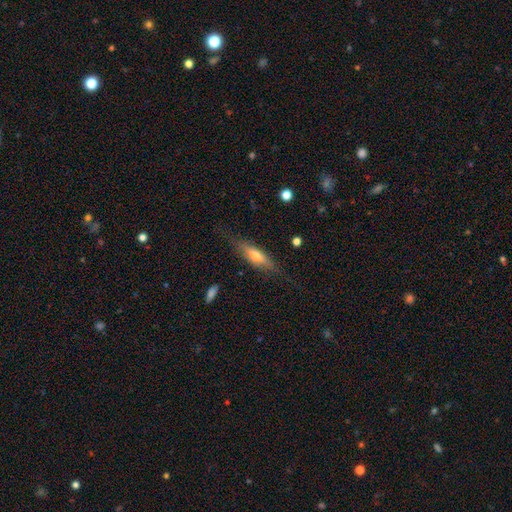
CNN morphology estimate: This appears to be a featured or disk galaxy (49%). Merging: none (76%).